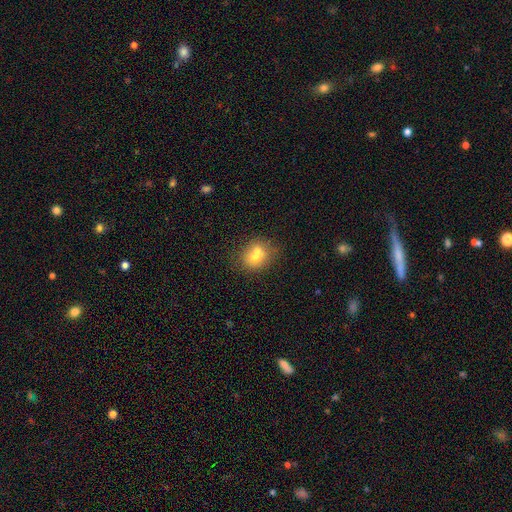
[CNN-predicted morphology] smooth 65%, featured or disk 24%, star or artifact 11%. Down the decision tree: how rounded — round (67%); merging — merger (50%).